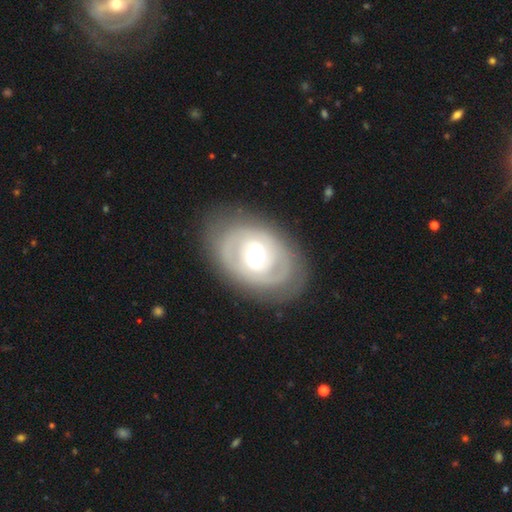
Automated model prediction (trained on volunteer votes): The model was most divided on "bar": no: 42%, weak: 39%, strong: 19%. More confident: edge-on disk — no (96%); merging — none (79%); smooth or featured — featured or disk (77%); spiral arms — yes (73%); bulge size — moderate (65%); spiral winding — tight (61%); spiral arm count — 2 (58%).